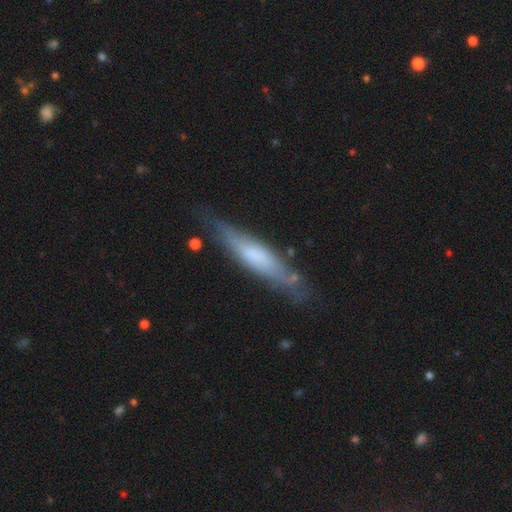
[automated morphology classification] Q: Smooth or featured?
A: smooth (47%); runner-up: featured or disk (46%)
Q: Merging?
A: none (71%); runner-up: minor disturbance (20%)